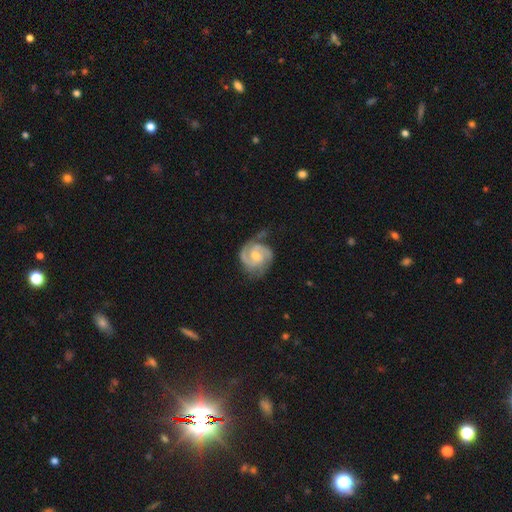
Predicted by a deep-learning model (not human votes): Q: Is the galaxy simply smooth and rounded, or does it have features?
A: featured or disk — 89%.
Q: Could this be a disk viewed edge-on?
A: no — 98%.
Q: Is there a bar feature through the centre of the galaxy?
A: no — 49%.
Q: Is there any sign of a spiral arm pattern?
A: yes — 98%.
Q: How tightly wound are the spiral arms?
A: tight — 51%.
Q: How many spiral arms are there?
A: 2 — 76%.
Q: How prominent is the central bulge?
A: moderate — 54%.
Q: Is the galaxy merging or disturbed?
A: none — 67%.